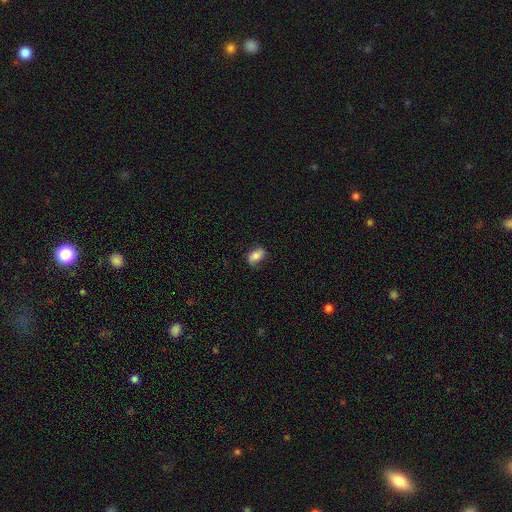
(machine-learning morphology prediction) type=smooth (75%); roundness=in between (86%); merging=none (76%).